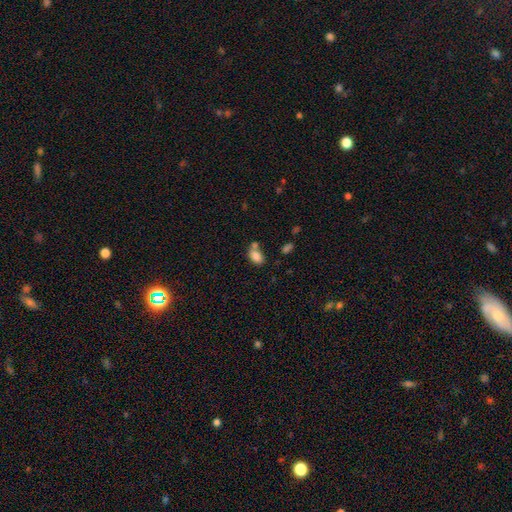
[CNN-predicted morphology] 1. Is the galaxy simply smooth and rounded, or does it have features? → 83% smooth, 9% star or artifact, 7% featured or disk.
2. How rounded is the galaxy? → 86% in between, 13% round, 1% cigar-shaped.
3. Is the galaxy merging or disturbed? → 47% none, 32% merger, 15% minor disturbance, 5% major disturbance.